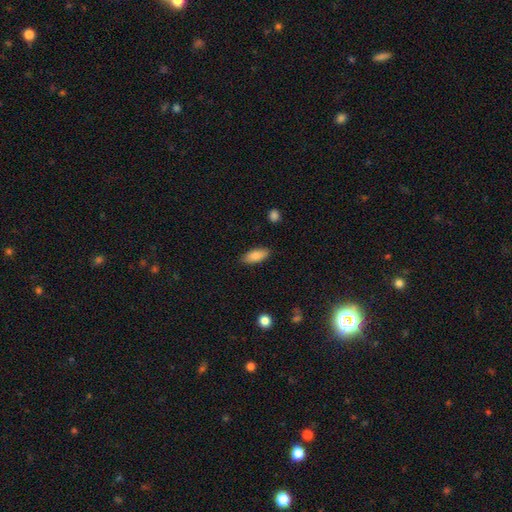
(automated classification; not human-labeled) A smooth galaxy with no disk features (85%) that is in between round and cigar-shaped (83%). Merging: none (86%).